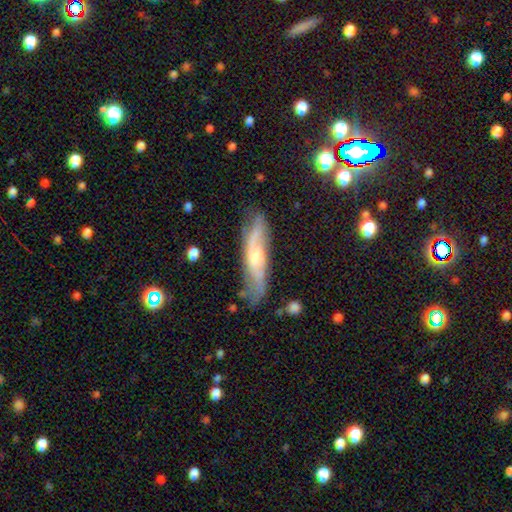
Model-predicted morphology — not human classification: type=featured or disk (63%); edge-on=no (60%); merging=none (68%).